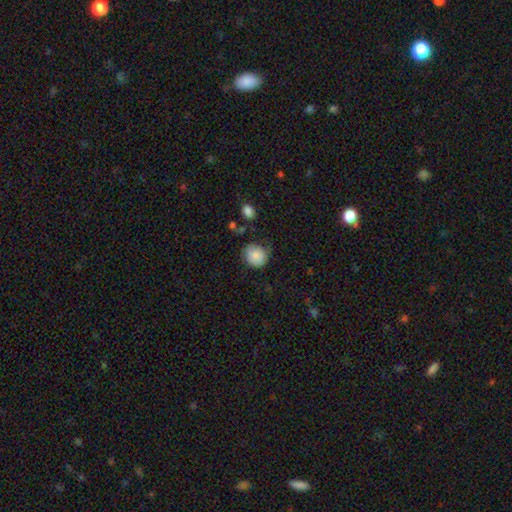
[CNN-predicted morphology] Q: Smooth or featured?
A: smooth (86%); runner-up: star or artifact (8%)
Q: How rounded?
A: round (83%); runner-up: in between (16%)
Q: Merging?
A: none (66%); runner-up: minor disturbance (25%)